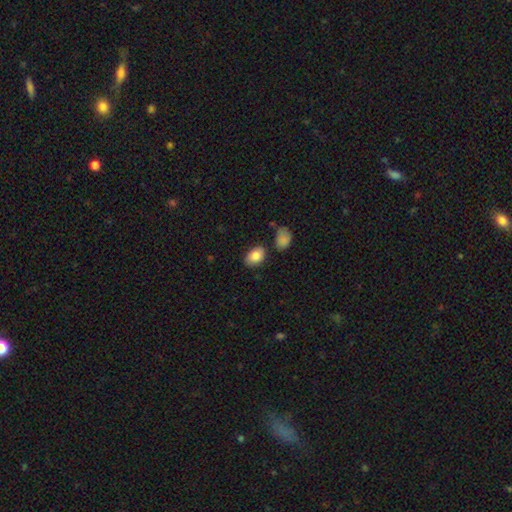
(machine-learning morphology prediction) Smooth or featured: smooth — 84% (featured or disk — 8%)
How rounded: in between — 85% (round — 14%)
Merging: none — 77% (minor disturbance — 14%)